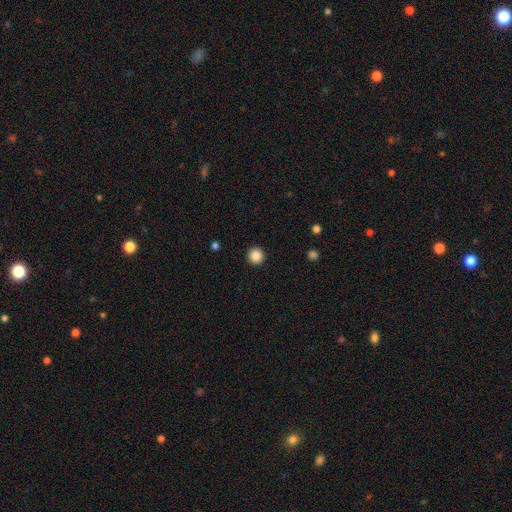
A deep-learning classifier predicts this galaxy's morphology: Q: Smooth or featured?
A: smooth (87%); runner-up: star or artifact (10%)
Q: How rounded?
A: round (96%); runner-up: in between (3%)
Q: Merging?
A: none (93%); runner-up: minor disturbance (4%)